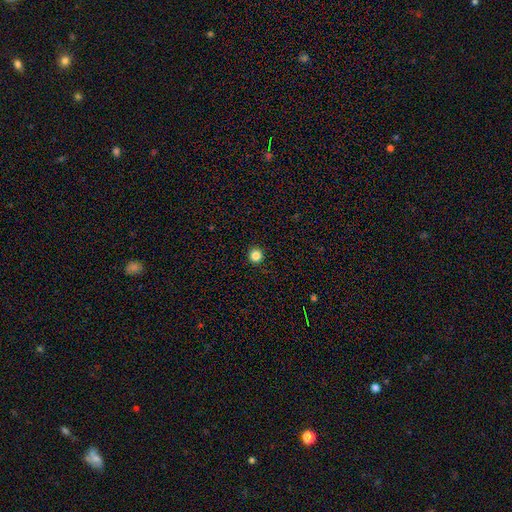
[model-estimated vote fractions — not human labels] The model was most divided on "smooth or featured": smooth: 85%, star or artifact: 12%, featured or disk: 3%. More confident: how rounded — round (96%); merging — none (94%).